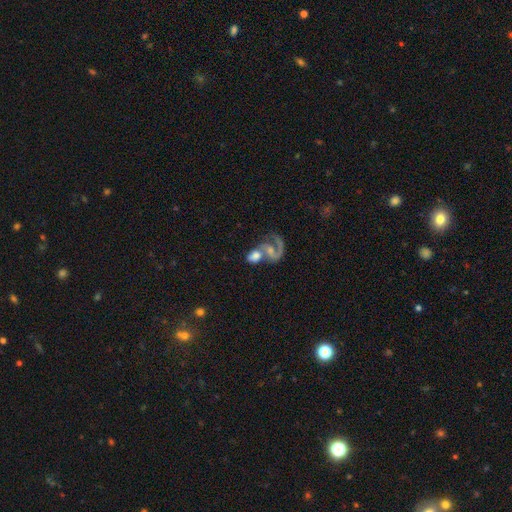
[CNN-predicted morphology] Smooth or featured?
  - featured or disk: 56% *
  - smooth: 36%
  - star or artifact: 8%
Edge-on disk?
  - no: 97% *
  - yes: 3%
Bar?
  - no: 63% *
  - weak: 29%
  - strong: 9%
Spiral arms?
  - yes: 76% *
  - no: 24%
Bulge size?
  - moderate: 40% *
  - small: 28%
  - large: 15%
  - none: 14%
  - dominant: 3%
Merging?
  - merger: 67% *
  - none: 15%
  - major disturbance: 12%
  - minor disturbance: 6%